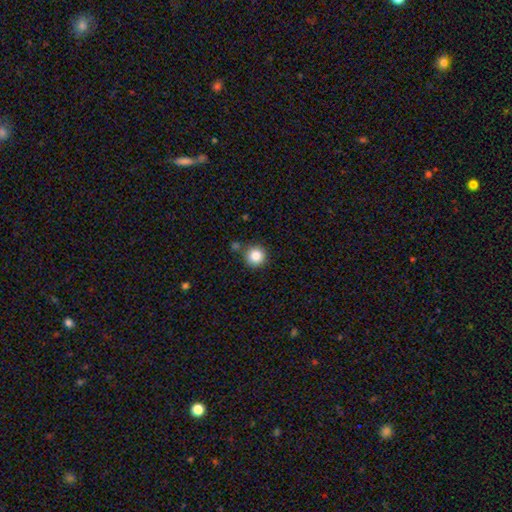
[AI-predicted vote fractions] This appears to be a smooth galaxy with no disk features (85%) that is round (95%). Merging: none (80%).